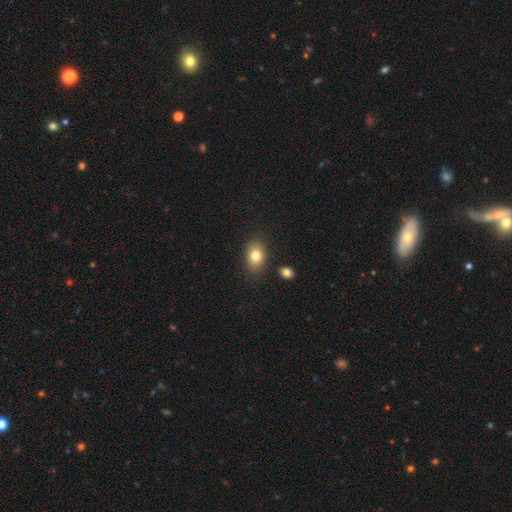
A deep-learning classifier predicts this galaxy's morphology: This is likely a smooth galaxy (80%). How rounded: likely in between (78%). Merging: clearly none (83%).